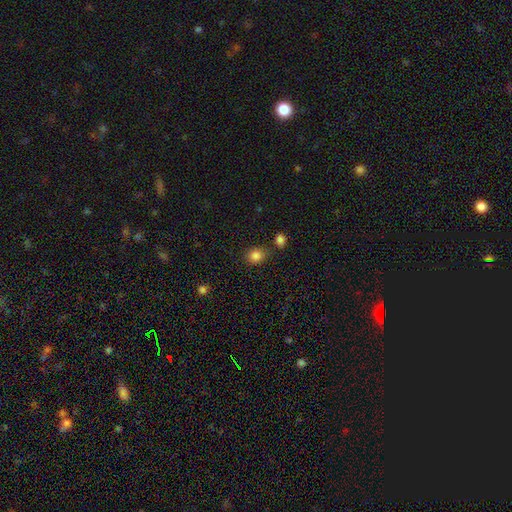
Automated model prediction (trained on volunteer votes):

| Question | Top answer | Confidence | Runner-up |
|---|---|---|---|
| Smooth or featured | smooth | 84% | star or artifact (11%) |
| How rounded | round | 59% | in between (40%) |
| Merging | none | 76% | minor disturbance (12%) |